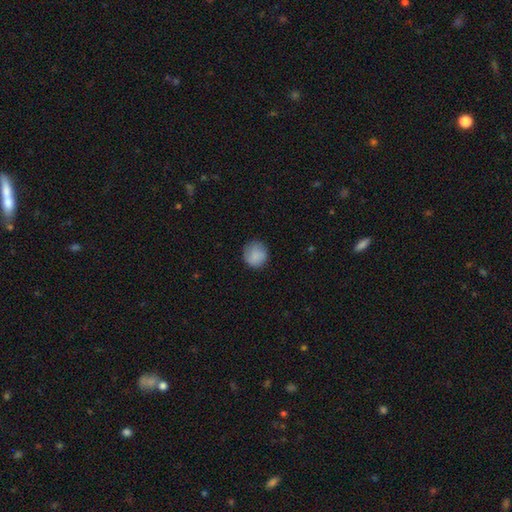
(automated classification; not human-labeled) smooth 85%, featured or disk 8%, star or artifact 7%. Down the decision tree: how rounded — round (89%); merging — none (80%).